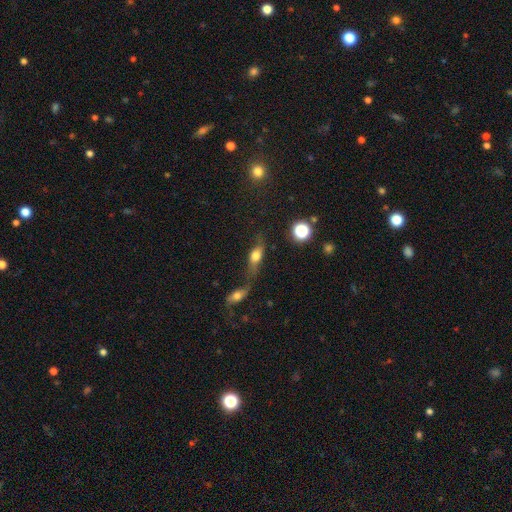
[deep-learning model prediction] Overall: smooth (59%; featured or disk 29%). How rounded: in between (67%). Merging: none (42%; merger 24%).